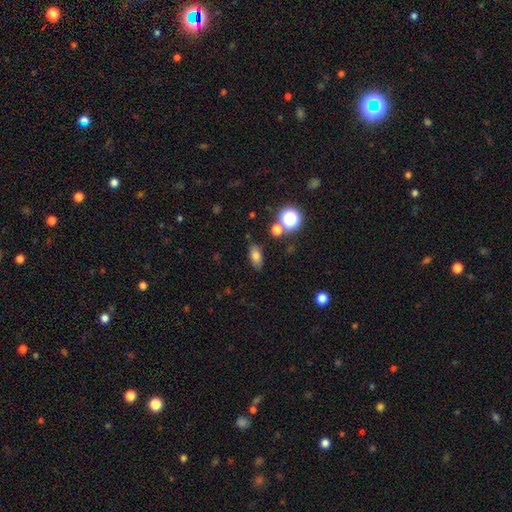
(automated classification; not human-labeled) Q: Smooth or featured?
A: smooth (76%); runner-up: star or artifact (14%)
Q: How rounded?
A: in between (82%); runner-up: round (11%)
Q: Merging?
A: none (81%); runner-up: minor disturbance (11%)